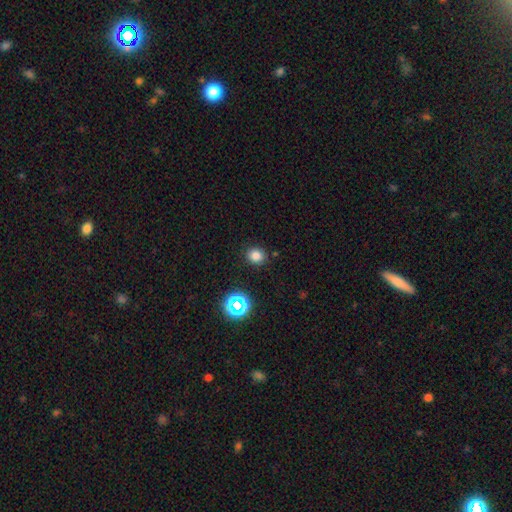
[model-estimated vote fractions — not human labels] The model was most divided on "smooth or featured": smooth: 78%, star or artifact: 17%, featured or disk: 5%. More confident: merging — none (89%); how rounded — round (82%).